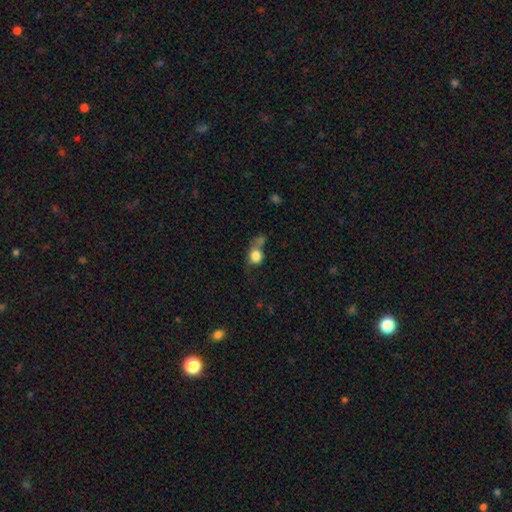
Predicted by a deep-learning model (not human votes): Smooth or featured: smooth — 78% (featured or disk — 11%)
How rounded: round — 68% (in between — 31%)
Merging: none — 34% (merger — 26%)